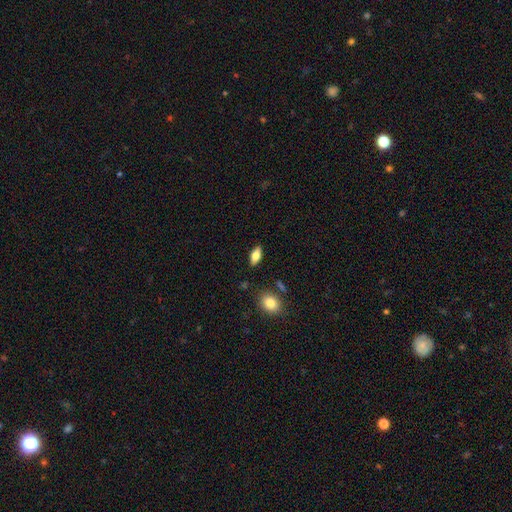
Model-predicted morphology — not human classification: The model was most divided on "smooth or featured": smooth: 73%, featured or disk: 20%, star or artifact: 7%. More confident: merging — none (86%); how rounded — in between (85%).